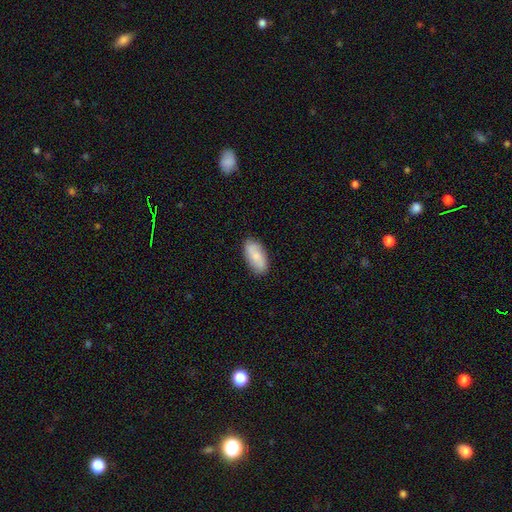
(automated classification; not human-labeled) This appears to be a smooth galaxy with no disk features (71%) that is in between round and cigar-shaped (90%). Merging: none (84%).